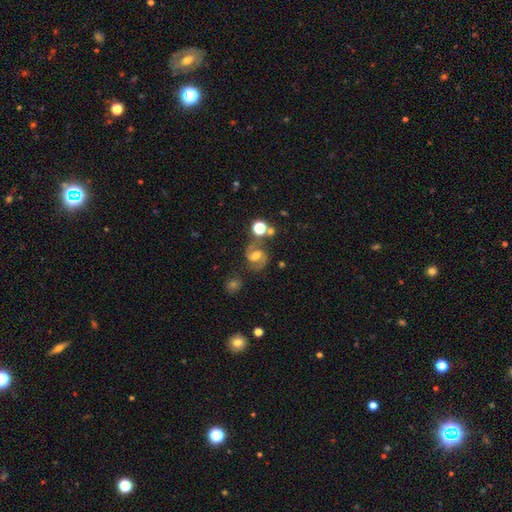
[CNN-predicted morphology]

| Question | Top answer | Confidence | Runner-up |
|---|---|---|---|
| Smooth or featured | featured or disk | 75% | smooth (15%) |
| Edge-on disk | no | 98% | yes (2%) |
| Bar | weak | 47% | no (30%) |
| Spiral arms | yes | 95% | no (5%) |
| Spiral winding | medium | 58% | loose (24%) |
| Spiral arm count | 2 | 92% | can't tell (3%) |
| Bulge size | moderate | 65% | small (21%) |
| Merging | none | 70% | minor disturbance (15%) |